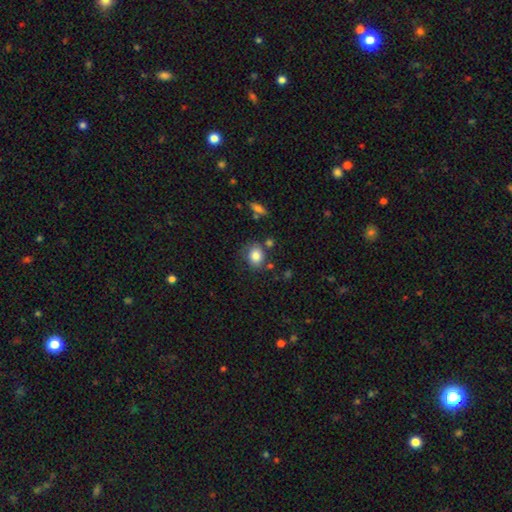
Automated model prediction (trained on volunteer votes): Morphology: type=smooth (83%); roundness=round (56%); merging=none (71%).